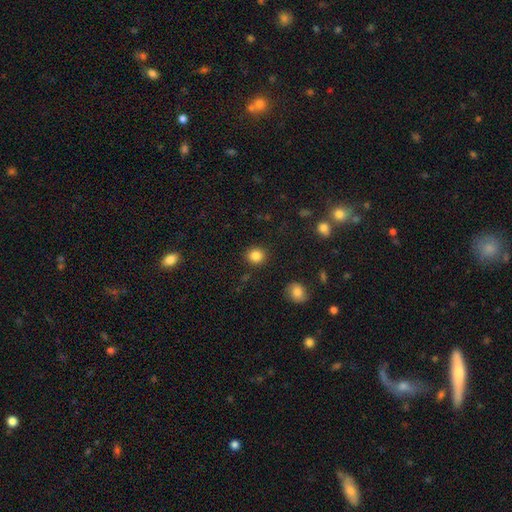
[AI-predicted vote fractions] Smooth or featured?
  - smooth: 85% *
  - star or artifact: 10%
  - featured or disk: 4%
How rounded?
  - round: 86% *
  - in between: 13%
  - cigar-shaped: 1%
Merging?
  - none: 90% *
  - minor disturbance: 6%
  - major disturbance: 2%
  - merger: 2%